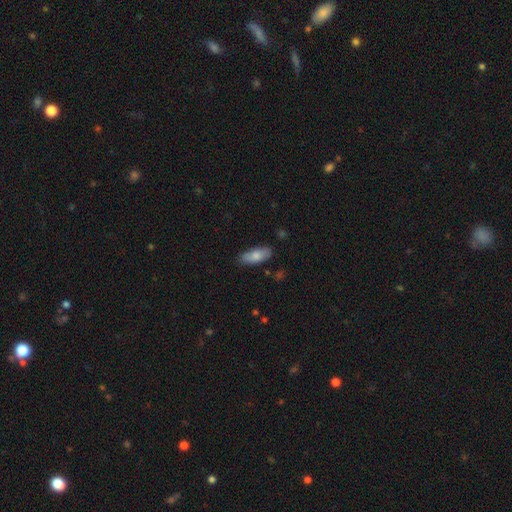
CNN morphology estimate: smooth_or_featured: smooth (p=0.79) [alt: featured or disk p=0.15]
how_rounded: in between (p=0.78) [alt: cigar-shaped p=0.20]
merging: none (p=0.80) [alt: minor disturbance p=0.15]